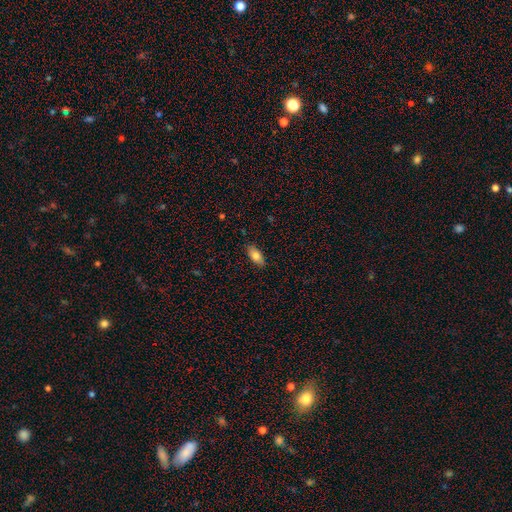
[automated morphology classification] type=smooth (79%); roundness=in between (87%); merging=none (87%).